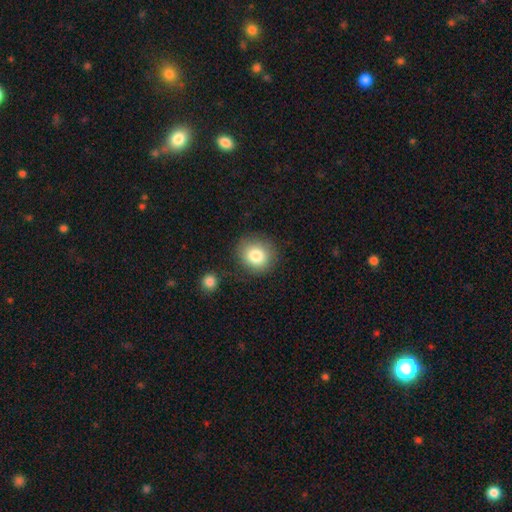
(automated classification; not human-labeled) A smooth galaxy with no disk features (82%) that is round (83%).

Vote fractions:
- Smooth or featured? smooth: 82% / star or artifact: 10% / featured or disk: 8%
- How rounded? round: 83% / in between: 16% / cigar-shaped: 1%
- Merging? none: 82% / minor disturbance: 11% / major disturbance: 4% / merger: 4%